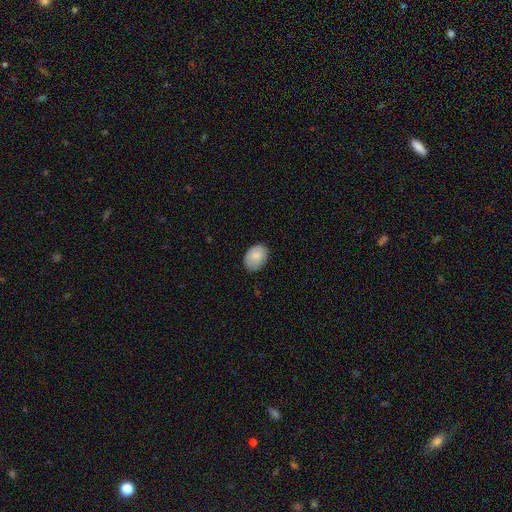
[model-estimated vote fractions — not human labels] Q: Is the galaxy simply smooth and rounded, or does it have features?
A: smooth — 87%.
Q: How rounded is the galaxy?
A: in between — 78%.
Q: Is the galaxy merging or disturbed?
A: none — 82%.